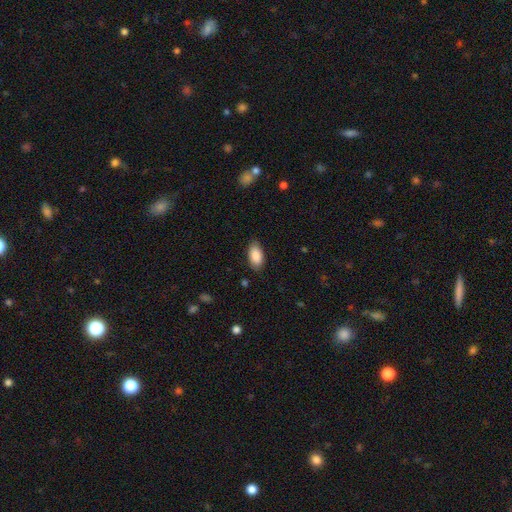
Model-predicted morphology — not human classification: type=smooth (87%); roundness=in between (93%); merging=none (85%).